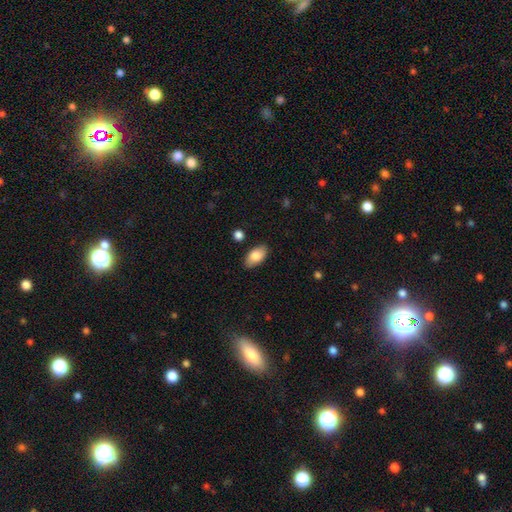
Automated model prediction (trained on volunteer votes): smooth 82%, featured or disk 11%, star or artifact 7%. Down the decision tree: how rounded — in between (93%); merging — none (86%).